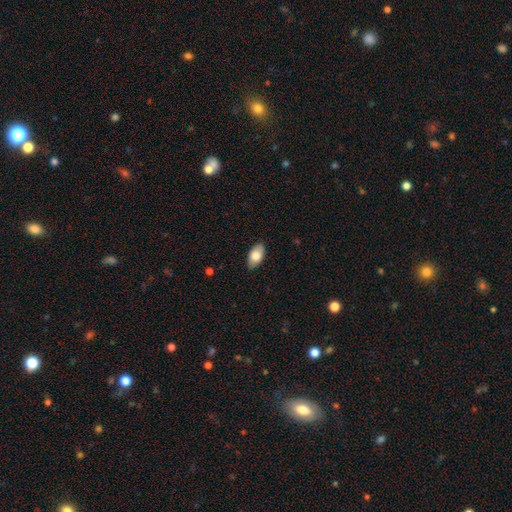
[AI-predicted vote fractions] Smooth or featured? Predicted: smooth (p=0.80). How rounded? Predicted: in between (p=0.94). Merging? Predicted: none (p=0.86).